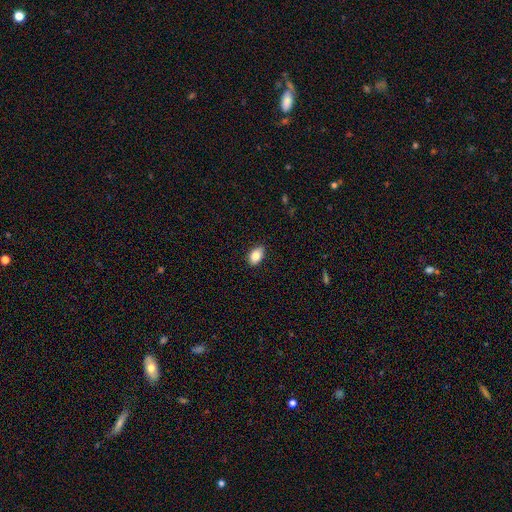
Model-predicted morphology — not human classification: Smooth or featured: smooth — 84% (featured or disk — 8%)
How rounded: in between — 90% (round — 8%)
Merging: none — 82% (minor disturbance — 15%)